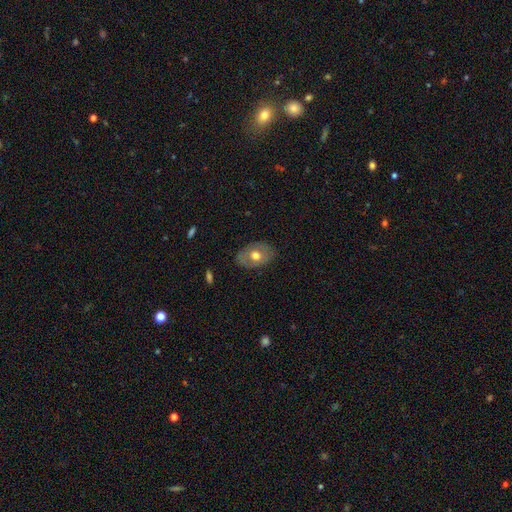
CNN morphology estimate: The model was most divided on "smooth or featured": smooth: 53%, featured or disk: 40%, star or artifact: 7%. More confident: merging — none (81%); how rounded — in between (78%).